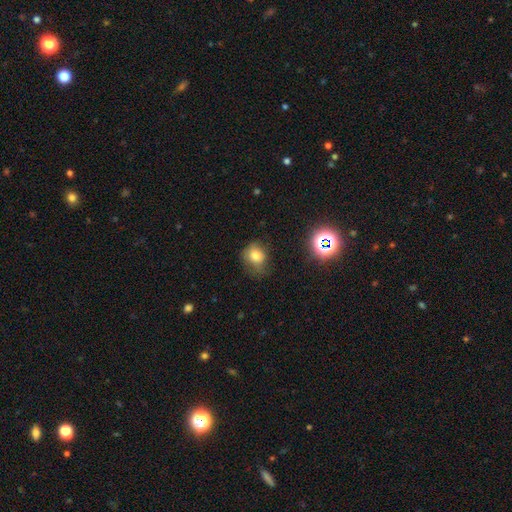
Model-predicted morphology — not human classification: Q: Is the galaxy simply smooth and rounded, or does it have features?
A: smooth — 74%.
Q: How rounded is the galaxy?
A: round — 69%.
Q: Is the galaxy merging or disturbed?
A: none — 59%.